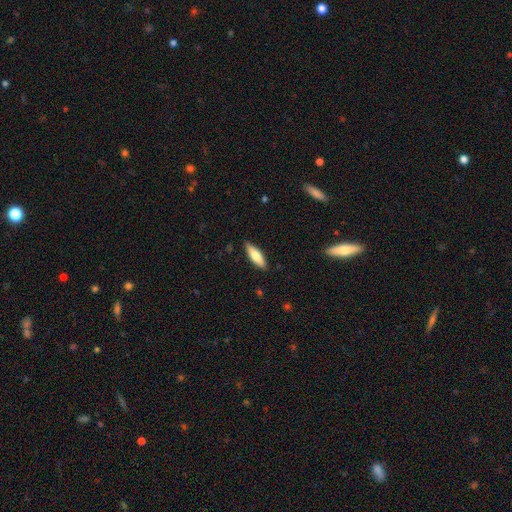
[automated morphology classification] Smooth or featured: smooth — 71% (featured or disk — 24%)
How rounded: cigar-shaped — 52% (in between — 46%)
Merging: none — 88% (minor disturbance — 9%)